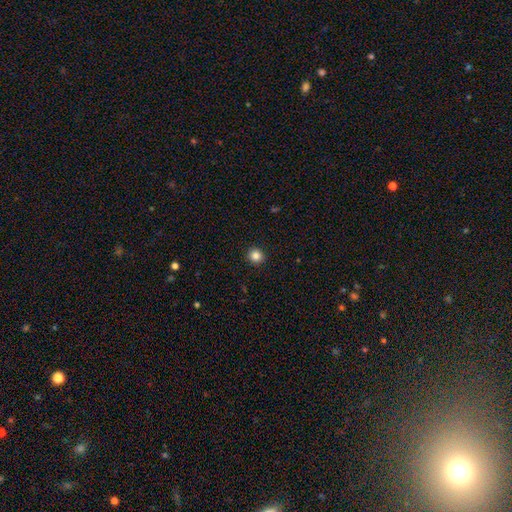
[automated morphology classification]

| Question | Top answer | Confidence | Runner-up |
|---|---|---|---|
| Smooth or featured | smooth | 84% | star or artifact (11%) |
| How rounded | round | 90% | in between (9%) |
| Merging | none | 93% | minor disturbance (5%) |